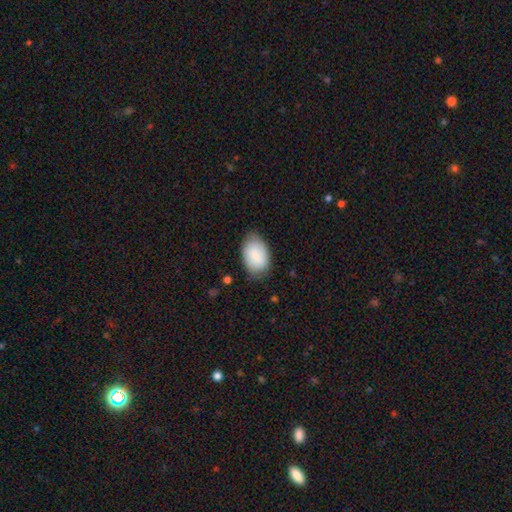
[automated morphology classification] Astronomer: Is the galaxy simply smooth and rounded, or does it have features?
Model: smooth — 86%.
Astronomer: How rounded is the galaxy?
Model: in between — 90%.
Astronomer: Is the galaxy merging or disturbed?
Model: none — 73%.